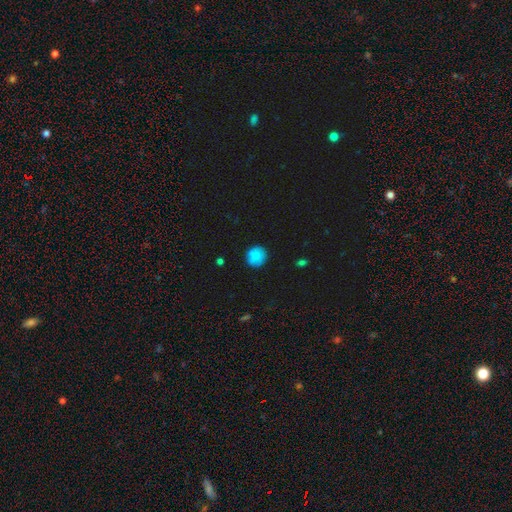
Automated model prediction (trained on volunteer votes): Morphology: type=smooth (78%); roundness=round (90%); merging=none (82%).